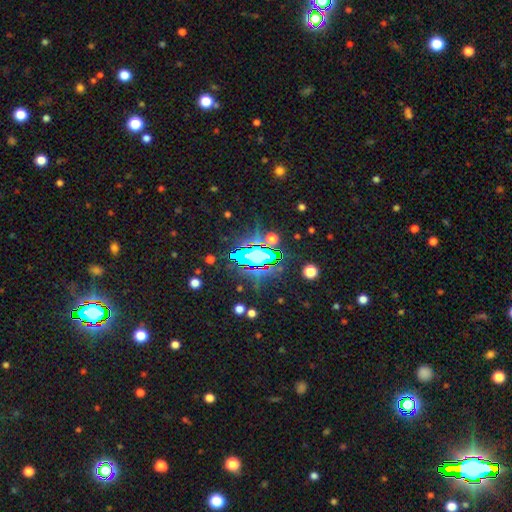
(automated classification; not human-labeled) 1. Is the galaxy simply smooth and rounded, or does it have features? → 66% star or artifact, 22% smooth, 12% featured or disk.